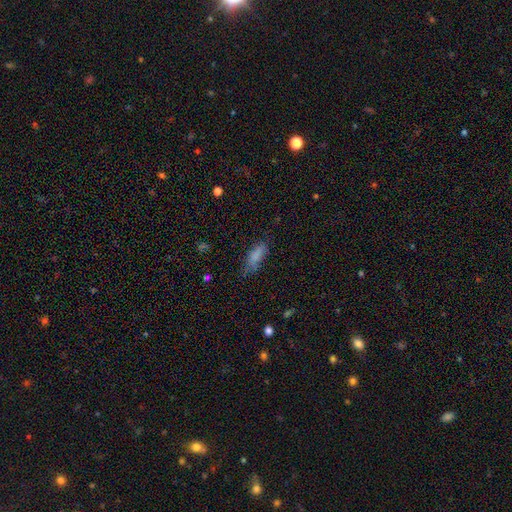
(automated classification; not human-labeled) smooth-or-featured: smooth: 79% | featured or disk: 11% | star or artifact: 10%
  how-rounded: in between: 67% | cigar-shaped: 30% | round: 2%
  merging: none: 59% | minor disturbance: 28% | major disturbance: 10% | merger: 2%